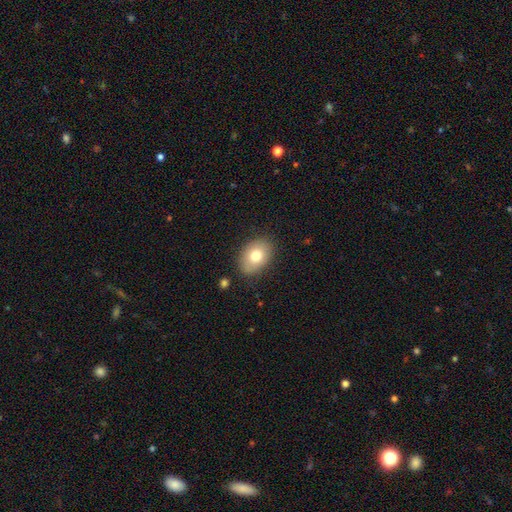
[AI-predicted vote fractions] smooth 76%, featured or disk 16%, star or artifact 8%. Down the decision tree: how rounded — in between (77%); merging — none (83%).